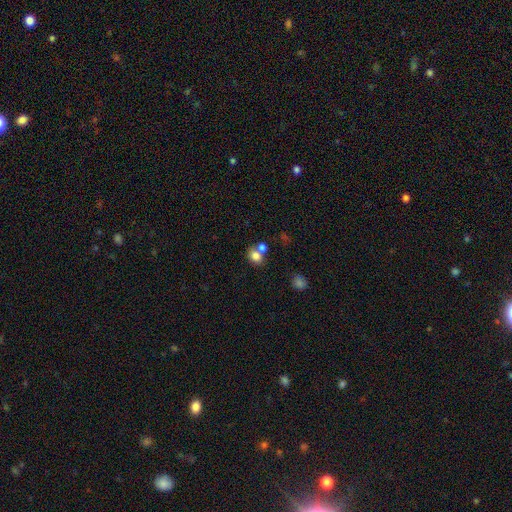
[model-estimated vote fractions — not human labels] Smooth or featured: smooth — 78% (star or artifact — 11%)
How rounded: round — 51% (in between — 48%)
Merging: none — 45% (merger — 40%)